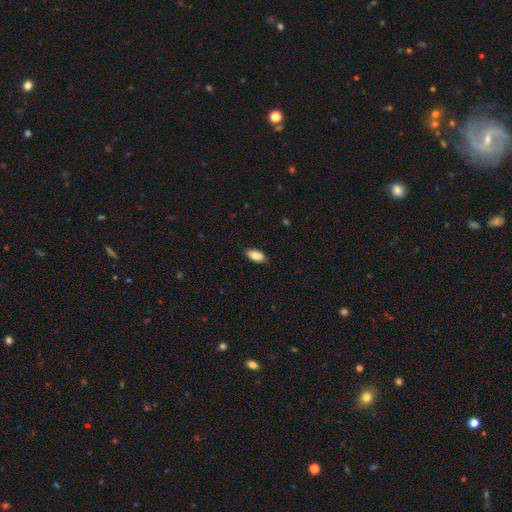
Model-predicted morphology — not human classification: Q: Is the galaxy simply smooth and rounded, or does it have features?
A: smooth — 85%.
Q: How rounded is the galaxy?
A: in between — 92%.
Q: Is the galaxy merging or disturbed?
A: none — 84%.